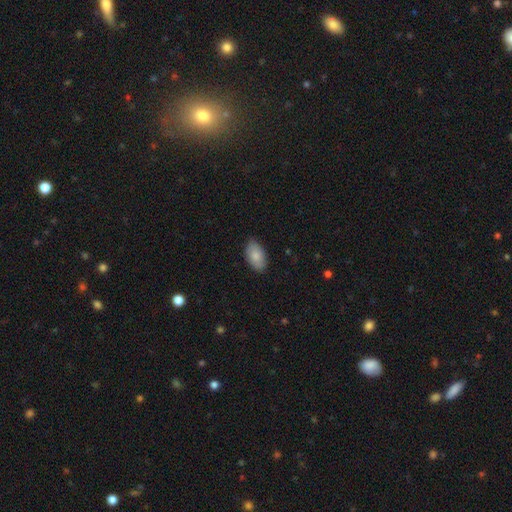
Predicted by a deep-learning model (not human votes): Morphology: type=smooth (86%); roundness=in between (95%); merging=none (83%).